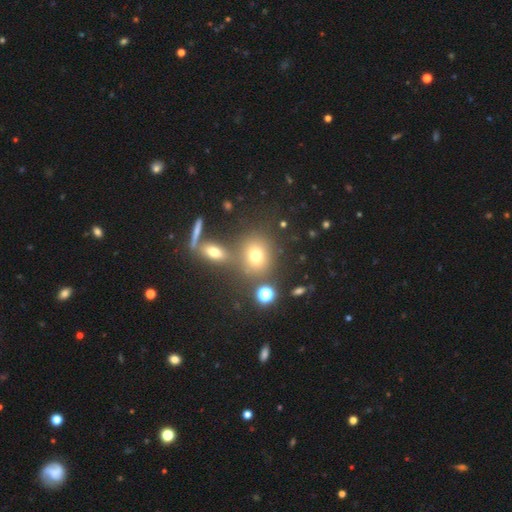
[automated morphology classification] This appears to be a smooth galaxy with no disk features (68%) that is round (73%). Merging: none (68%).